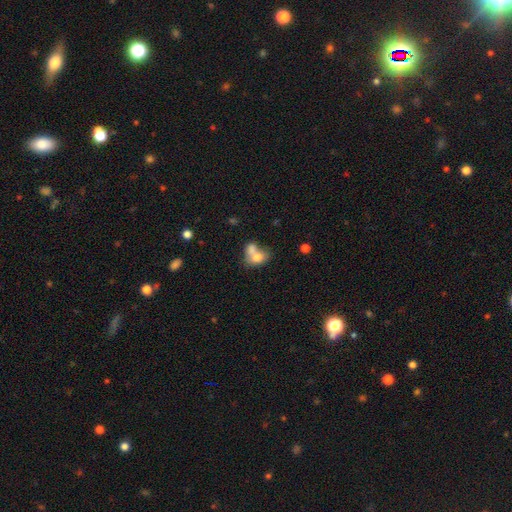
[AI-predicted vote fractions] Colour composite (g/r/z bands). It shows a smooth galaxy with no disk features (71%) that is in between round and cigar-shaped (65%). Merging: merger (66%).